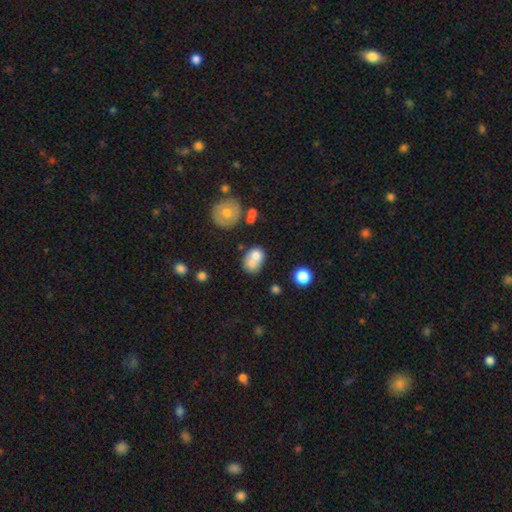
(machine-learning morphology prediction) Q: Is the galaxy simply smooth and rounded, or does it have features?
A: smooth — 69%.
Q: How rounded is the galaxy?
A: in between — 60%.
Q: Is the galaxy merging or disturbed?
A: merger — 37%.